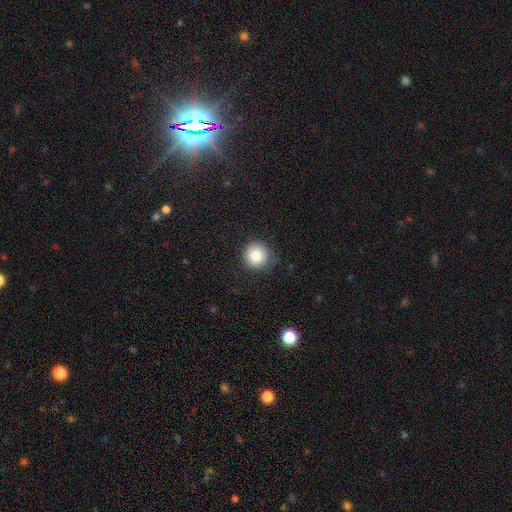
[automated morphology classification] A smooth galaxy with no disk features (82%) that is round (95%). Merging: none (80%).